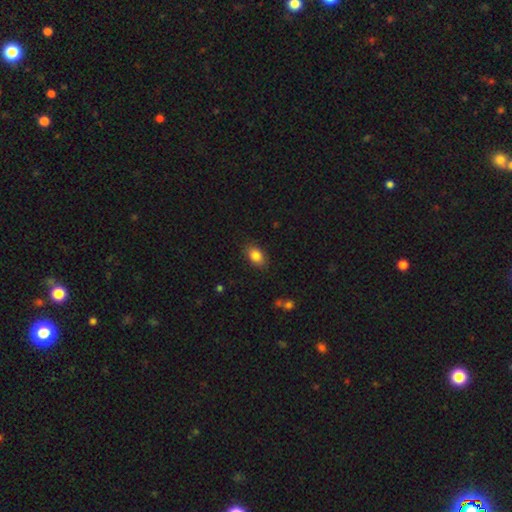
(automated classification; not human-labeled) Smooth or featured? smooth (85%)
How rounded? in between (84%)
Merging? none (85%)